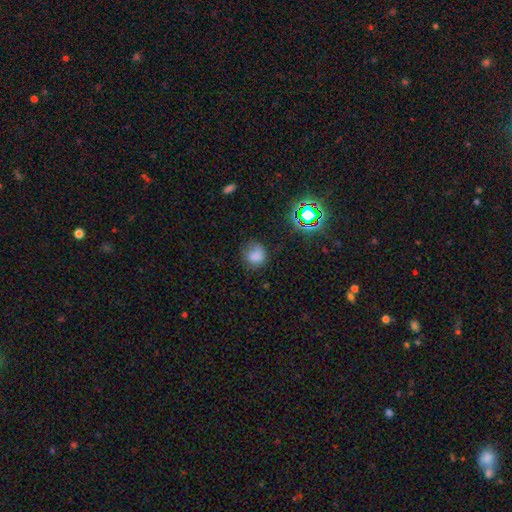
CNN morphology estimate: smooth-or-featured: smooth: 75% | star or artifact: 17% | featured or disk: 8%
  how-rounded: round: 75% | in between: 24% | cigar-shaped: 1%
  merging: none: 62% | minor disturbance: 25% | major disturbance: 10% | merger: 3%